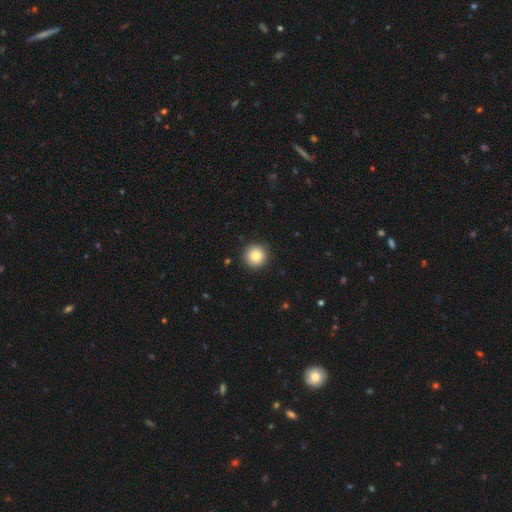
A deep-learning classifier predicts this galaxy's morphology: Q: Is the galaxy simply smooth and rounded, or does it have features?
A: smooth — 83%.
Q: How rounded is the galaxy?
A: round — 95%.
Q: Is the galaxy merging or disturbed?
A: none — 92%.